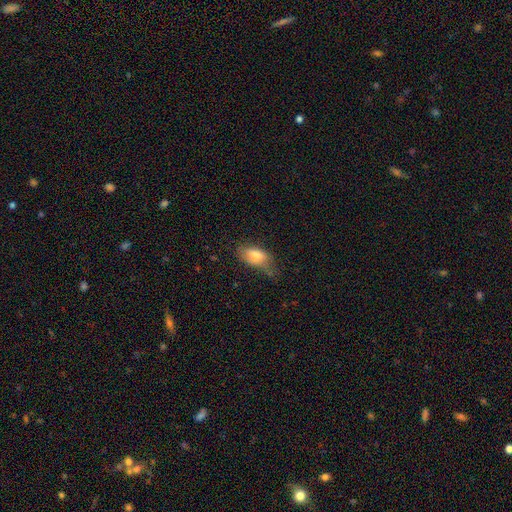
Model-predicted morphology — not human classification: smooth-or-featured: smooth: 76% | featured or disk: 16% | star or artifact: 7%
  how-rounded: in between: 90% | cigar-shaped: 5% | round: 5%
  merging: none: 46% | minor disturbance: 37% | major disturbance: 13% | merger: 3%